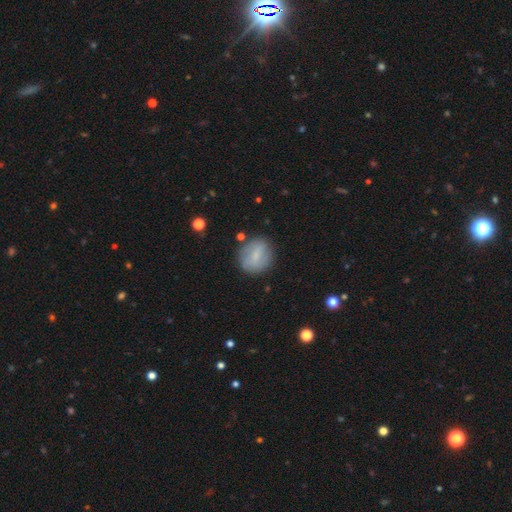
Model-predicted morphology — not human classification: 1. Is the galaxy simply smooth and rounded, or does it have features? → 69% smooth, 23% featured or disk, 8% star or artifact.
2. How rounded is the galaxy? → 76% round, 23% in between, 1% cigar-shaped.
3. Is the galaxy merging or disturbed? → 79% none, 15% minor disturbance, 4% major disturbance, 2% merger.